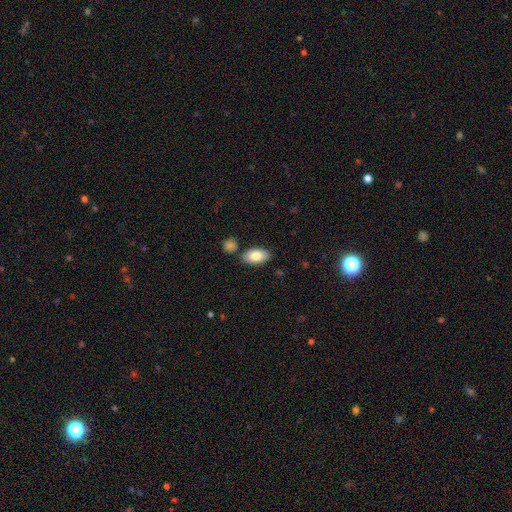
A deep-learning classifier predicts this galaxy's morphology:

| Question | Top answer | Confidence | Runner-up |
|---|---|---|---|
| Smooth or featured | smooth | 84% | featured or disk (9%) |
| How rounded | in between | 94% | round (4%) |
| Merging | none | 79% | minor disturbance (11%) |